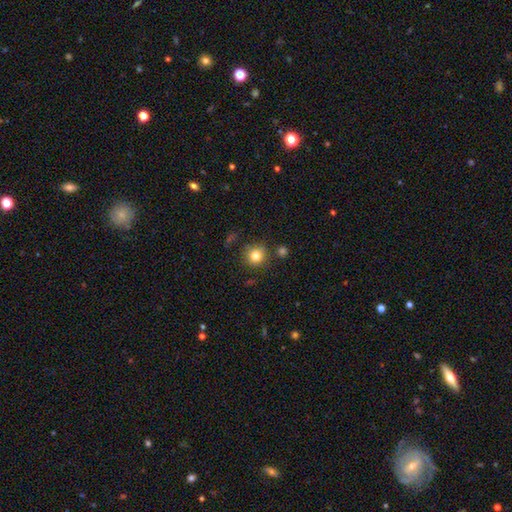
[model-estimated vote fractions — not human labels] Smooth or featured: smooth — 82% (star or artifact — 12%)
How rounded: round — 92% (in between — 7%)
Merging: none — 83% (minor disturbance — 10%)